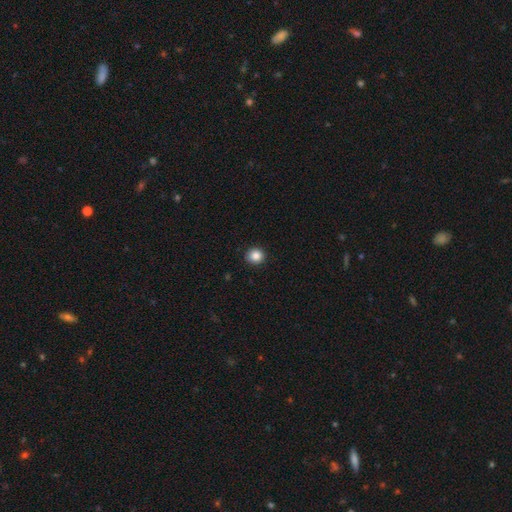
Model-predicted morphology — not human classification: smooth 86%, star or artifact 10%, featured or disk 4%. Down the decision tree: how rounded — round (89%); merging — none (91%).